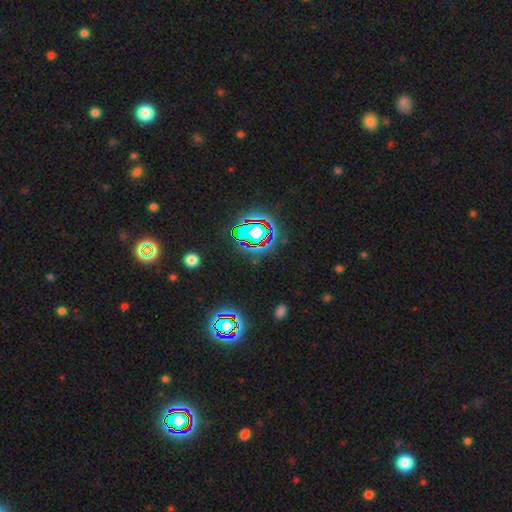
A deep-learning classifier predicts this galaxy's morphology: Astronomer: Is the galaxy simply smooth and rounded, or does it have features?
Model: star or artifact — 80%.